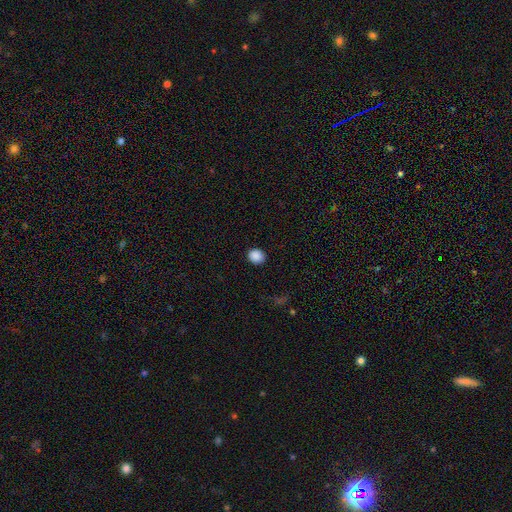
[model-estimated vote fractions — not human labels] A smooth galaxy with no disk features (88%) that is round (74%). Merging: none (91%).